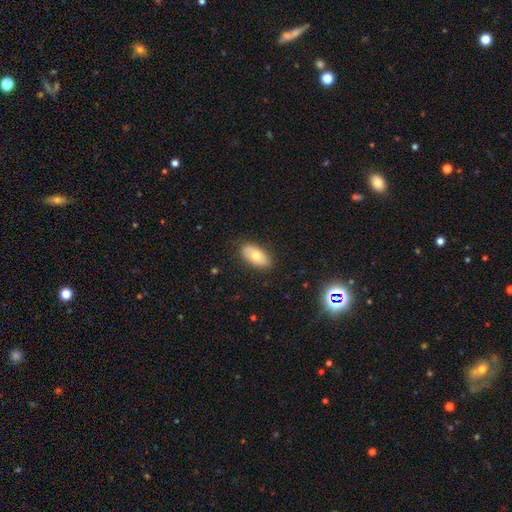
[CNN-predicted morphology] This is likely a smooth galaxy (67%). How rounded: clearly in between (93%). Merging: clearly none (83%).